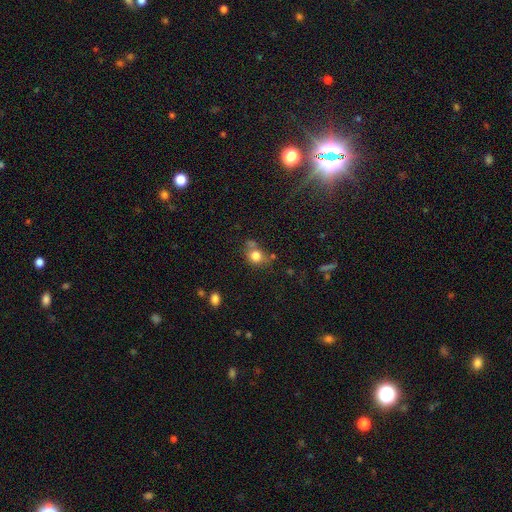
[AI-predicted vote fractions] smooth-or-featured: smooth: 78% | star or artifact: 12% | featured or disk: 10%
  how-rounded: round: 70% | in between: 29% | cigar-shaped: 1%
  merging: none: 55% | minor disturbance: 21% | merger: 17% | major disturbance: 8%